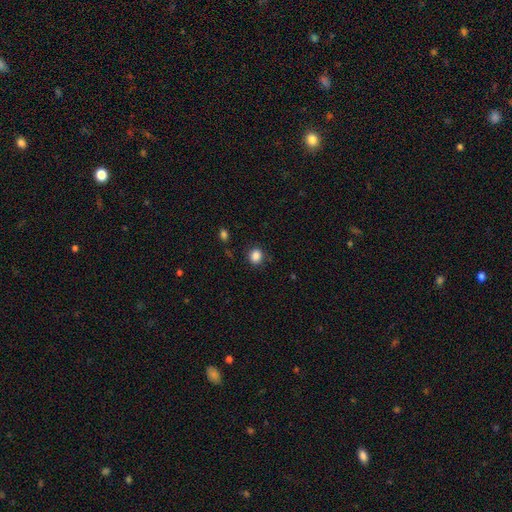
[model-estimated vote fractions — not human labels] smooth_or_featured: smooth (p=0.86) [alt: star or artifact p=0.10]
how_rounded: round (p=0.72) [alt: in between p=0.28]
merging: none (p=0.84) [alt: minor disturbance p=0.11]